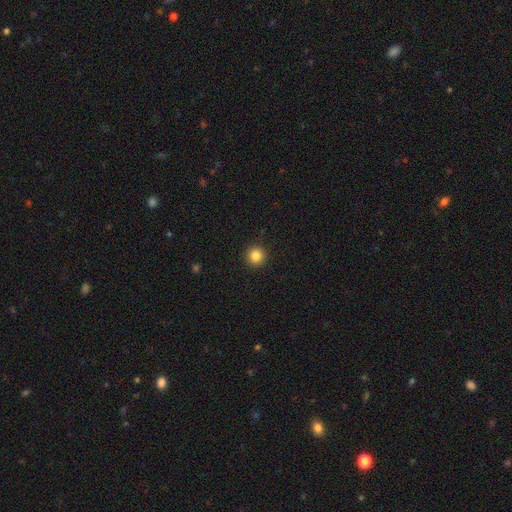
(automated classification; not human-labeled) Smooth or featured?
  - smooth: 84% *
  - star or artifact: 11%
  - featured or disk: 5%
How rounded?
  - round: 95% *
  - in between: 4%
  - cigar-shaped: 1%
Merging?
  - none: 92% *
  - minor disturbance: 5%
  - major disturbance: 2%
  - merger: 1%